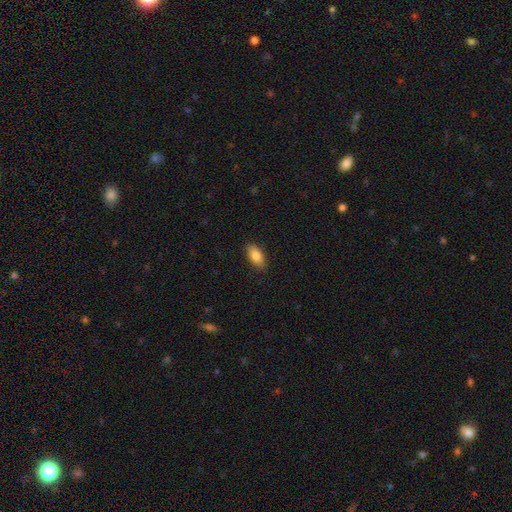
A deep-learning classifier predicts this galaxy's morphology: smooth-or-featured: smooth: 84% | featured or disk: 9% | star or artifact: 7%
  how-rounded: in between: 90% | cigar-shaped: 7% | round: 3%
  merging: none: 88% | minor disturbance: 9% | major disturbance: 2% | merger: 1%